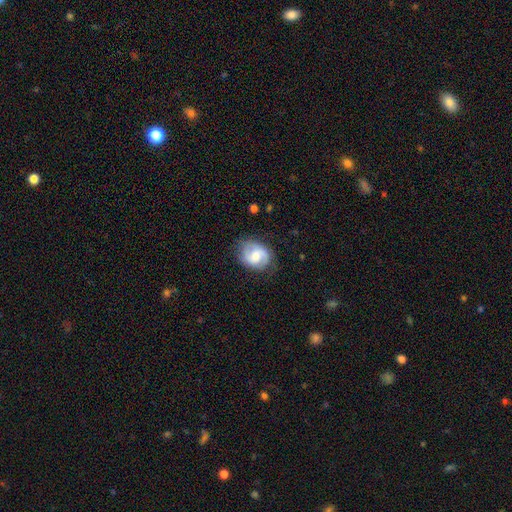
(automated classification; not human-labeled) The model was most divided on "bar": weak: 49%, no: 40%, strong: 11%. Remaining: edge-on disk — no (98%); spiral arms — yes (91%); spiral arm count — 2 (84%); merging — none (75%); smooth or featured — featured or disk (65%); bulge size — moderate (59%); spiral winding — medium (48%).